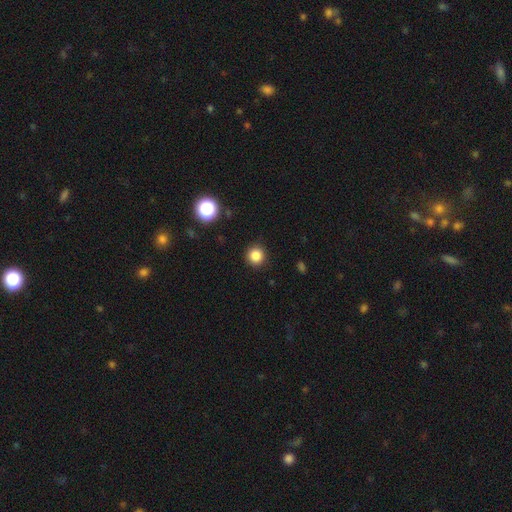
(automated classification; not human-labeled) This appears to be a smooth galaxy with no disk features (84%) that is round (93%). Merging: none (91%).